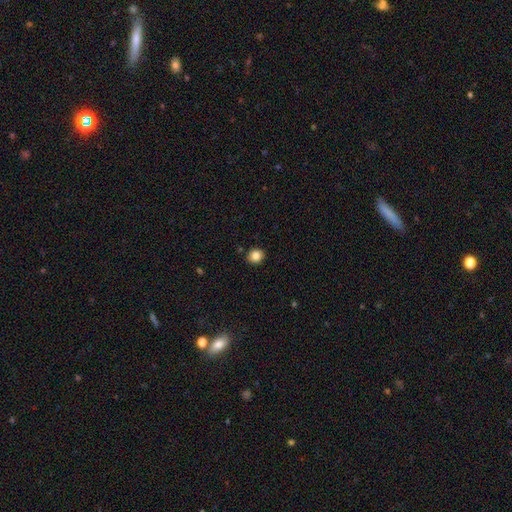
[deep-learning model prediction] smooth_or_featured: smooth (p=0.84) [alt: star or artifact p=0.10]
how_rounded: round (p=0.82) [alt: in between p=0.17]
merging: none (p=0.90) [alt: minor disturbance p=0.07]